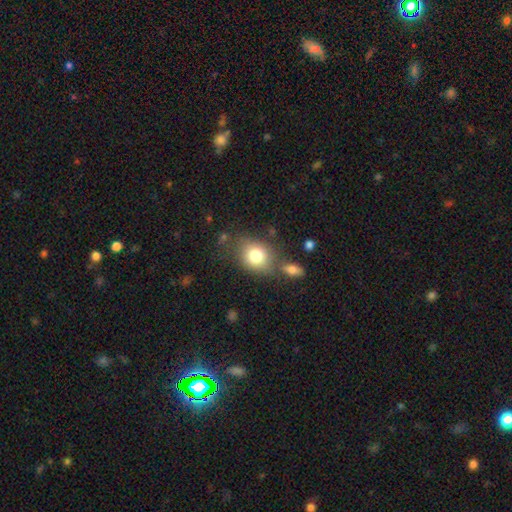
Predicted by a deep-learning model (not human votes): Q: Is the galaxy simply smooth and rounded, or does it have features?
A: smooth — 79%.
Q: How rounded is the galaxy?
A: round — 57%.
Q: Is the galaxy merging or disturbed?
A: none — 65%.